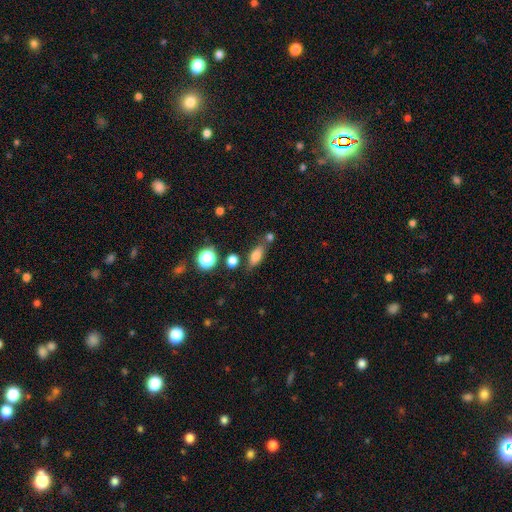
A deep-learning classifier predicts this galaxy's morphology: This is likely a smooth galaxy (72%). How rounded: likely in between (70%). Merging: likely none (67%).